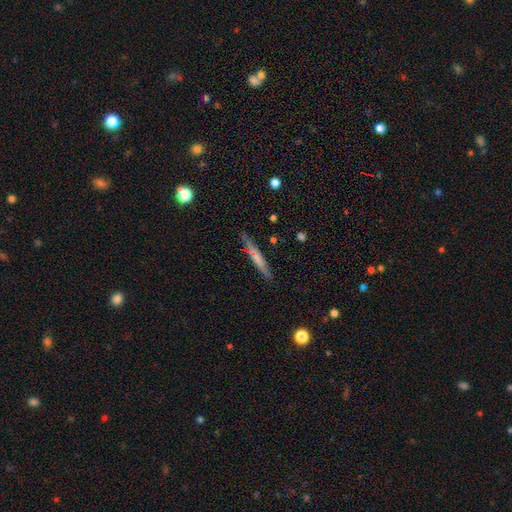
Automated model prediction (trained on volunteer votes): Smooth or featured: smooth — 48% (featured or disk — 44%)
Merging: none — 86% (minor disturbance — 10%)